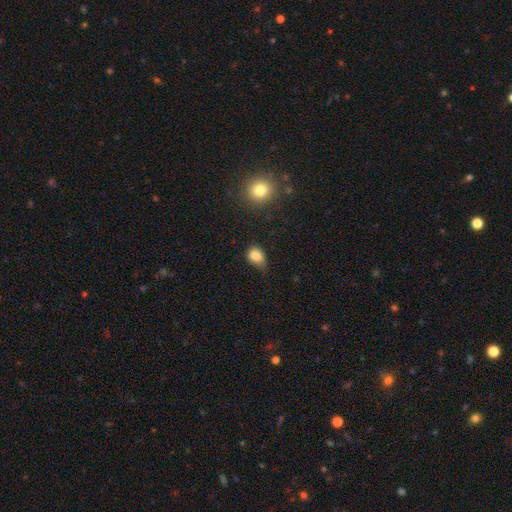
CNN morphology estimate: Q: Smooth or featured?
A: smooth (83%); runner-up: star or artifact (11%)
Q: How rounded?
A: in between (63%); runner-up: round (35%)
Q: Merging?
A: none (41%); runner-up: minor disturbance (40%)